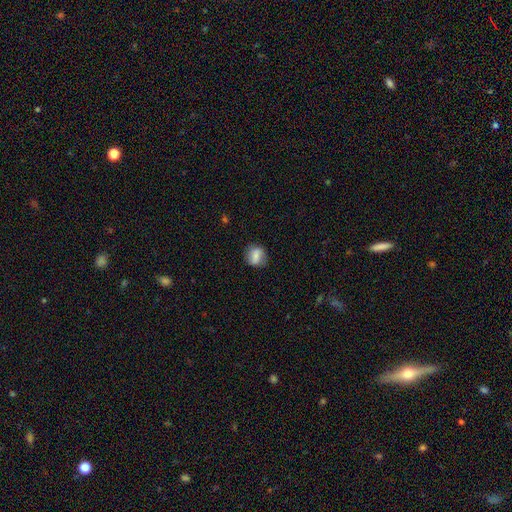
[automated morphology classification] Overall: smooth (71%). How rounded: round (66%; in between 32%). Merging: none (75%).